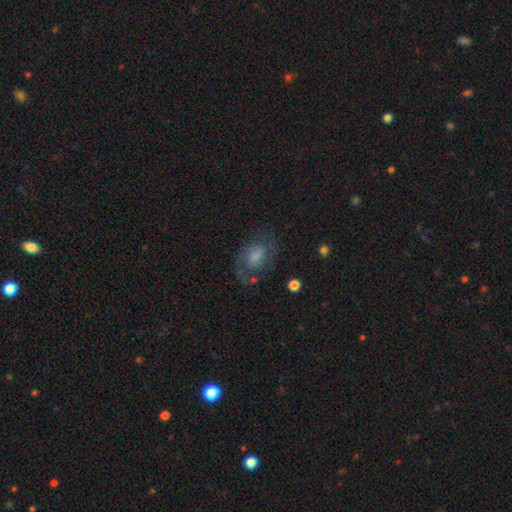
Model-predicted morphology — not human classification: smooth_or_featured: featured or disk (p=0.50) [alt: smooth p=0.39]
disk_edge_on: no (p=0.97) [alt: yes p=0.03]
merging: none (p=0.59) [alt: minor disturbance p=0.22]